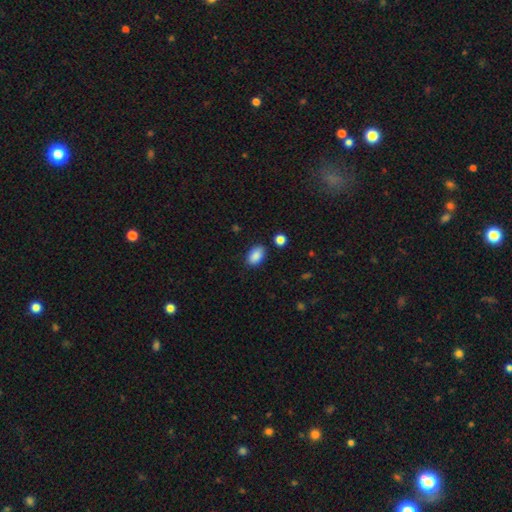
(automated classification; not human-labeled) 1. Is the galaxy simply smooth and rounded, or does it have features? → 88% smooth, 8% star or artifact, 4% featured or disk.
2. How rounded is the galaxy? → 90% in between, 8% round, 1% cigar-shaped.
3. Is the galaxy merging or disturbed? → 84% none, 11% minor disturbance, 3% merger, 3% major disturbance.